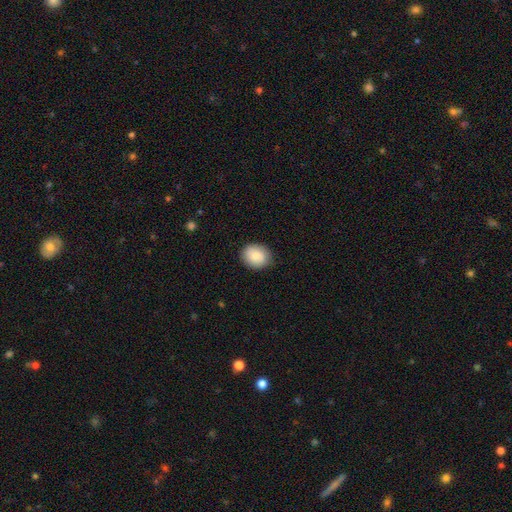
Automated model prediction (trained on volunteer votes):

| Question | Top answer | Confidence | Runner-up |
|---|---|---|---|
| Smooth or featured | smooth | 85% | featured or disk (8%) |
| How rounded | round | 62% | in between (37%) |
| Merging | none | 86% | minor disturbance (11%) |